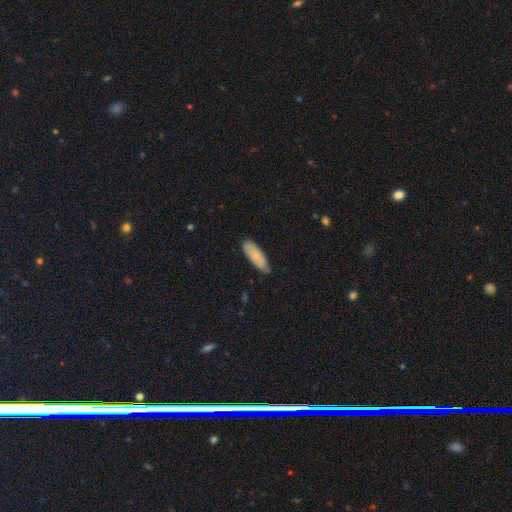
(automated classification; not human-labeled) Smooth or featured?
  - smooth: 78% *
  - featured or disk: 16%
  - star or artifact: 6%
How rounded?
  - in between: 61% *
  - cigar-shaped: 37%
  - round: 2%
Merging?
  - none: 75% *
  - minor disturbance: 21%
  - major disturbance: 3%
  - merger: 1%